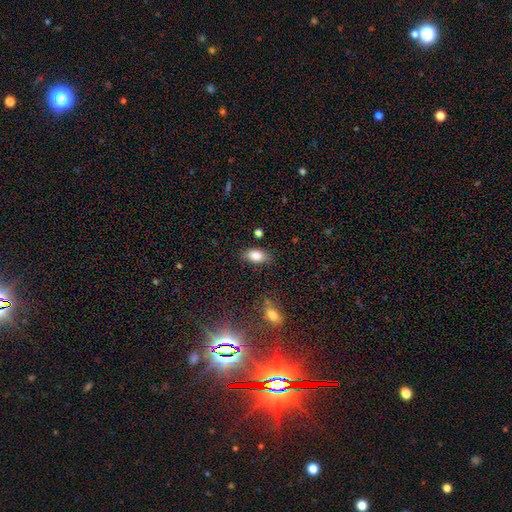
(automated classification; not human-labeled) Smooth or featured: smooth — 84% (star or artifact — 8%)
How rounded: in between — 91% (round — 5%)
Merging: none — 82% (minor disturbance — 13%)